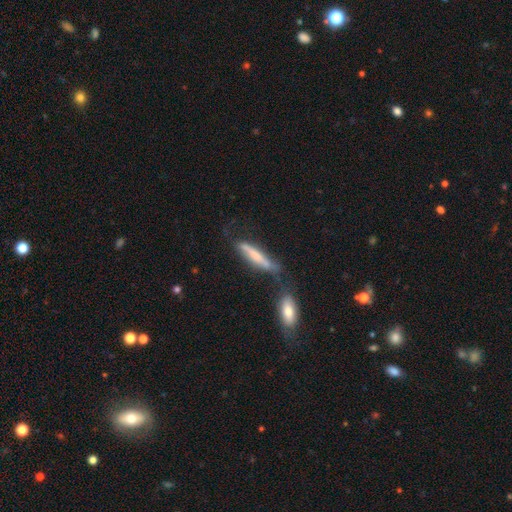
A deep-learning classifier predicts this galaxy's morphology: Smooth or featured: smooth — 57% (featured or disk — 36%)
How rounded: cigar-shaped — 87% (in between — 11%)
Merging: none — 45% (merger — 23%)